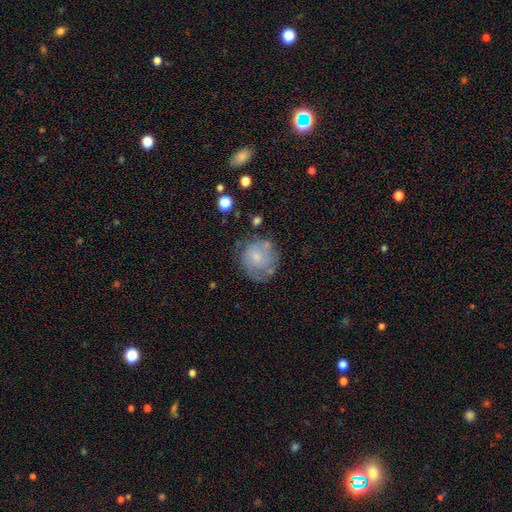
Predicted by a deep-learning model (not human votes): A smooth galaxy with no disk features (47%).

Vote fractions:
- Smooth or featured? smooth: 47% / featured or disk: 43% / star or artifact: 10%
- Merging? none: 63% / minor disturbance: 22% / major disturbance: 12% / merger: 3%